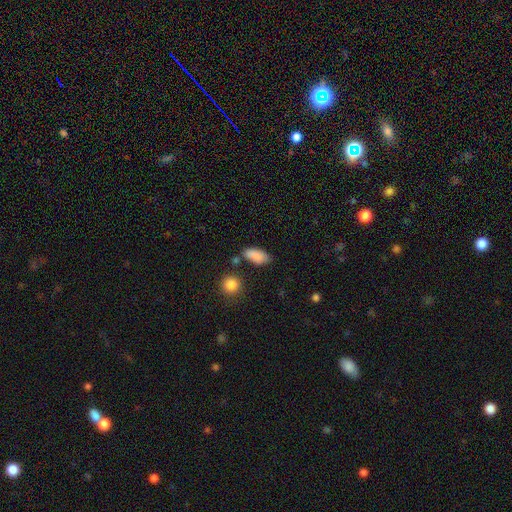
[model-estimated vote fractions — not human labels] Smooth or featured? Predicted: smooth (p=0.86). How rounded? Predicted: in between (p=0.88). Merging? Predicted: none (p=0.67).